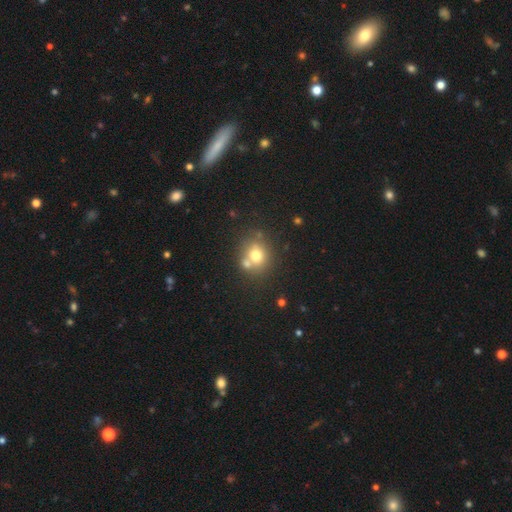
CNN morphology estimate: Smooth or featured? Predicted: smooth (p=0.70). How rounded? Predicted: round (p=0.78). Merging? Predicted: none (p=0.57).